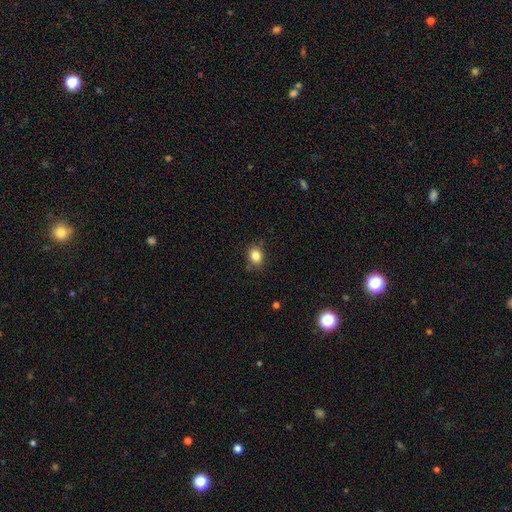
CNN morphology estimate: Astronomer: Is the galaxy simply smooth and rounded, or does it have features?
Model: smooth — 84%.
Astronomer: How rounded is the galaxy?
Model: in between — 50% (runner-up: round, 48%).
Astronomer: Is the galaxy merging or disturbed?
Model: none — 79%.